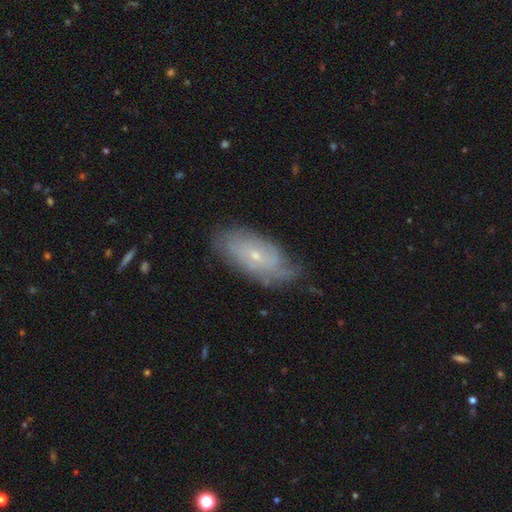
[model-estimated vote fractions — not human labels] Overall: featured or disk (63%; smooth 29%). Edge-on disk: no (89%). Bar: no (74%). Spiral arms: yes (78%). Bulge size: small (77%). Merging: none (67%).